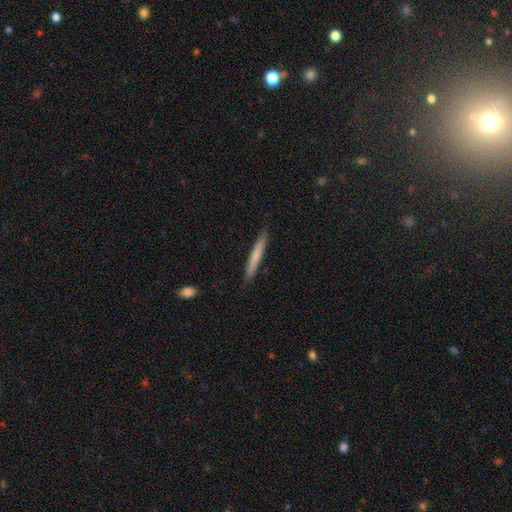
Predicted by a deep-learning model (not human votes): Morphology: type=smooth (67%); roundness=cigar-shaped (96%); merging=none (89%).